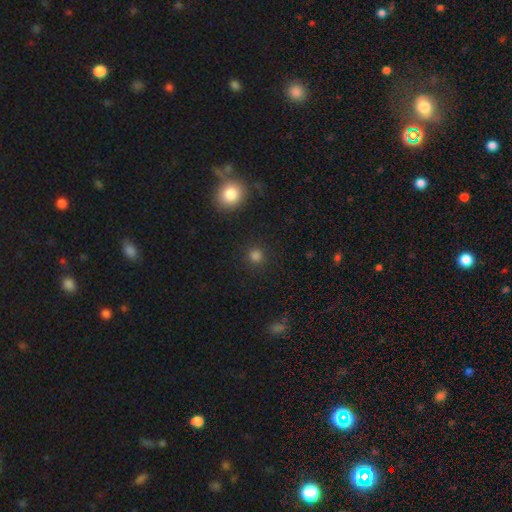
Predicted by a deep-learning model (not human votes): smooth 80%, star or artifact 16%, featured or disk 4%. Down the decision tree: how rounded — round (92%); merging — none (89%).